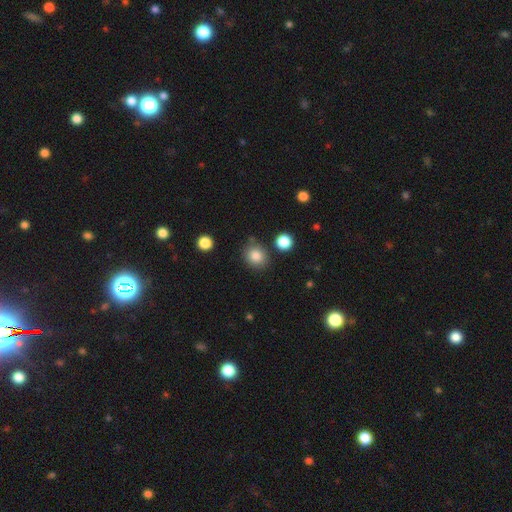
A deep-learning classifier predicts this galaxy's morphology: This is clearly a smooth galaxy (85%). How rounded: likely round (74%). Merging: clearly none (81%).